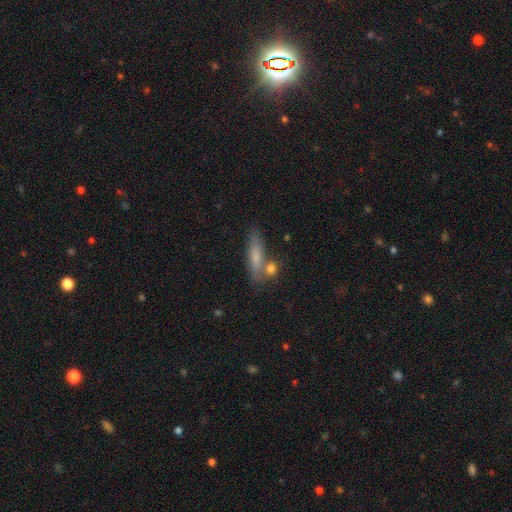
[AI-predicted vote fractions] smooth-or-featured: smooth: 73% | featured or disk: 20% | star or artifact: 7%
  how-rounded: cigar-shaped: 59% | in between: 37% | round: 4%
  merging: none: 59% | merger: 20% | minor disturbance: 16% | major disturbance: 6%